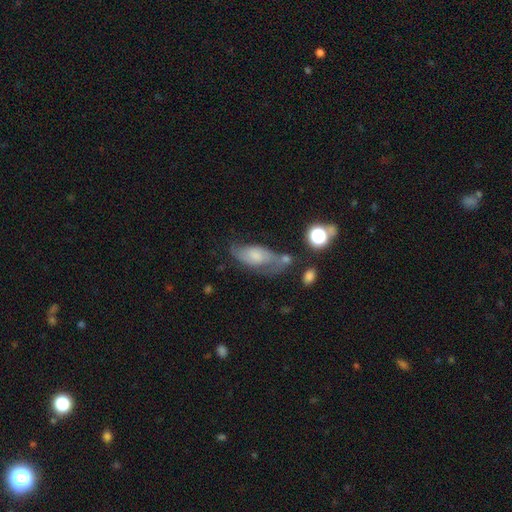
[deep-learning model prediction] Overall: featured or disk (51%; smooth 39%). Edge-on disk: no (90%). Merging: none (44%; minor disturbance 28%).